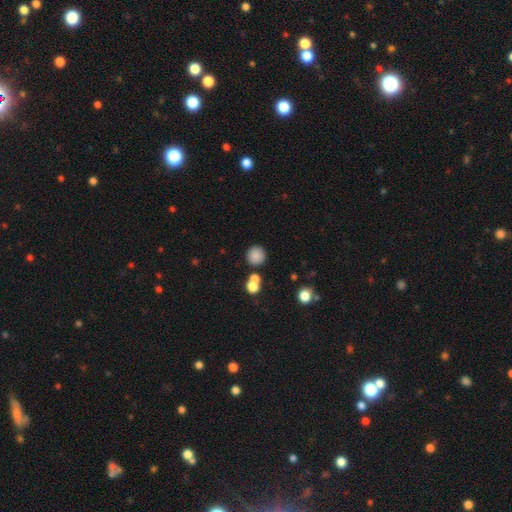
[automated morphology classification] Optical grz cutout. It shows a smooth galaxy with no disk features (83%) that is round (91%). Merging: none (76%).